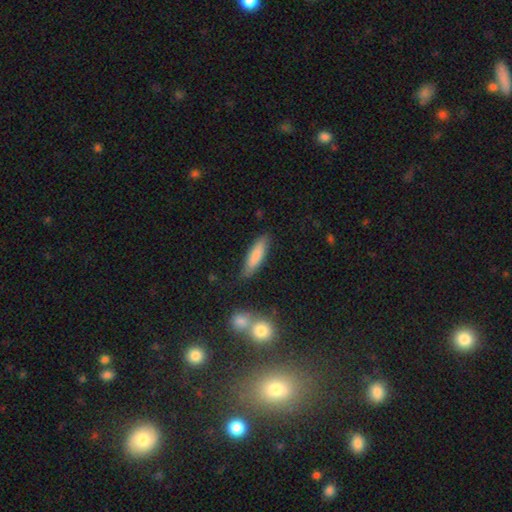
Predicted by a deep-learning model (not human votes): This appears to be a smooth galaxy with no disk features (81%) that is cigar-shaped (65%). Merging: none (78%).